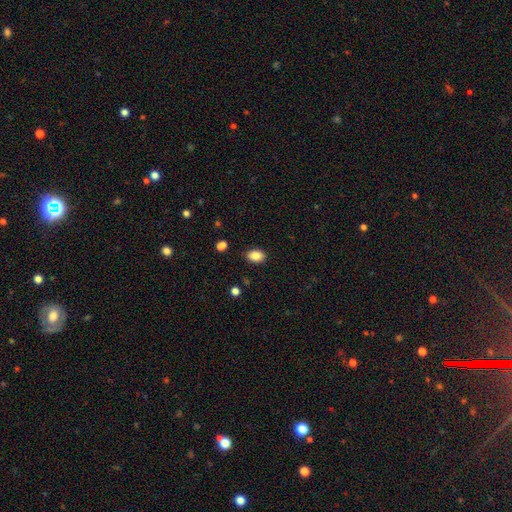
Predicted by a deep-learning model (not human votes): Overall: smooth (85%). How rounded: in between (83%). Merging: none (86%).